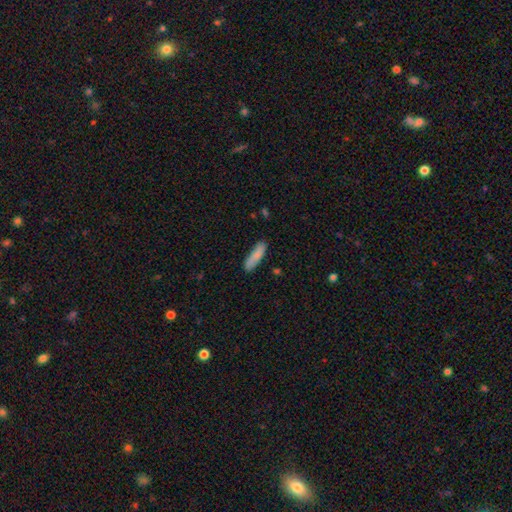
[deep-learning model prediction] This appears to be a smooth galaxy with no disk features (85%) that is cigar-shaped (70%). Merging: none (82%).